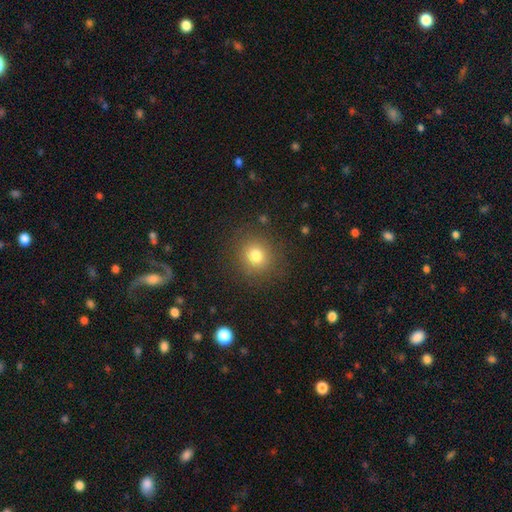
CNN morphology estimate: Smooth or featured: smooth — 78% (star or artifact — 14%)
How rounded: round — 89% (in between — 10%)
Merging: none — 87% (minor disturbance — 8%)